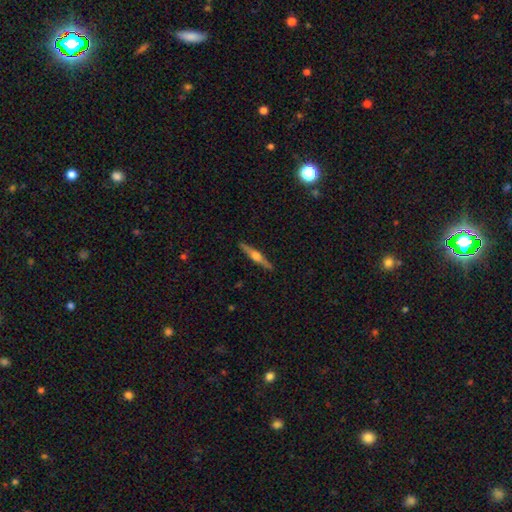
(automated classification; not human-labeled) A featured or disk galaxy (74%) viewed edge-on (98%) with a rounded central bulge (86%). Merging: none (91%).